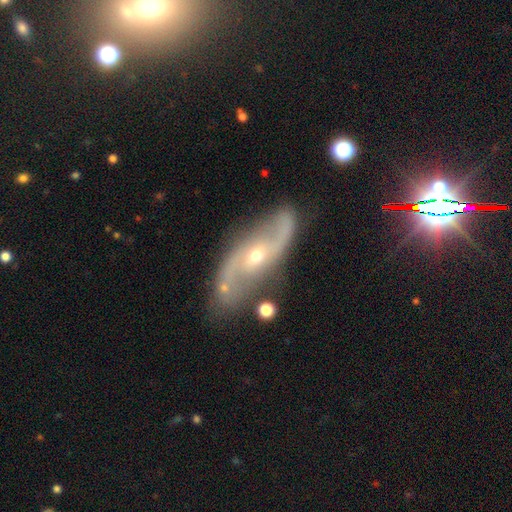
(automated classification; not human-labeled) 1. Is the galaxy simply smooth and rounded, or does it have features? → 86% featured or disk, 7% star or artifact, 7% smooth.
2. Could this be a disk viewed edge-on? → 93% no, 7% yes.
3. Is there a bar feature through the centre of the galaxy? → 60% no, 27% weak, 13% strong.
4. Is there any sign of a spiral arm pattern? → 95% yes, 5% no.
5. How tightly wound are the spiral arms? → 59% loose, 30% medium, 11% tight.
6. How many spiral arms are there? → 92% 2, 3% can't tell, 1% 1, 1% 3, 1% 4, 1% more than 4.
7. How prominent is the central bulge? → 57% small, 40% moderate, 1% large, 1% none, 1% dominant.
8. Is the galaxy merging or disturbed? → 77% none, 15% minor disturbance, 5% major disturbance, 3% merger.